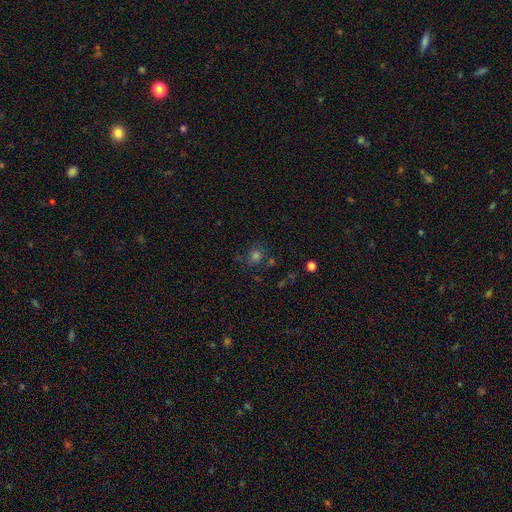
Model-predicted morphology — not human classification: A smooth galaxy with no disk features (60%) that is round (84%).

Vote fractions:
- Smooth or featured? smooth: 60% / star or artifact: 29% / featured or disk: 11%
- How rounded? round: 84% / in between: 15% / cigar-shaped: 1%
- Merging? none: 74% / minor disturbance: 13% / merger: 7% / major disturbance: 6%